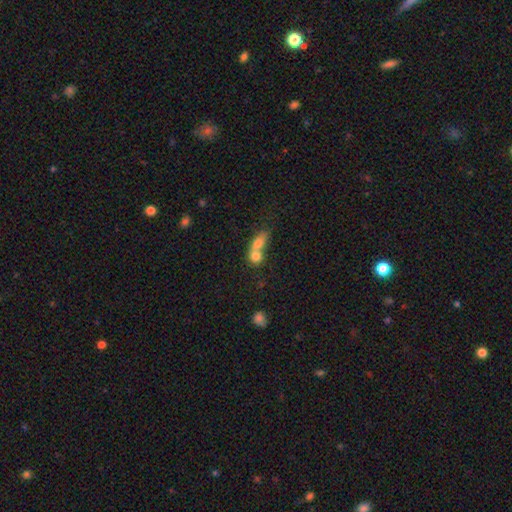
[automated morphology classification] Smooth or featured?
  - smooth: 74% *
  - featured or disk: 17%
  - star or artifact: 9%
How rounded?
  - round: 51% *
  - in between: 43%
  - cigar-shaped: 5%
Merging?
  - merger: 73% *
  - none: 18%
  - minor disturbance: 5%
  - major disturbance: 4%